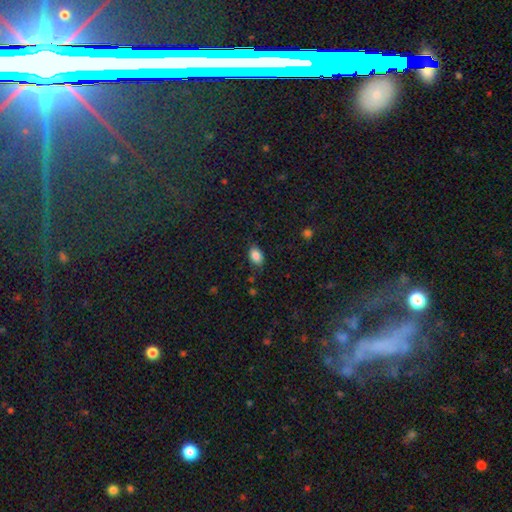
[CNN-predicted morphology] Smooth or featured? smooth (87%)
How rounded? in between (86%)
Merging? none (80%)